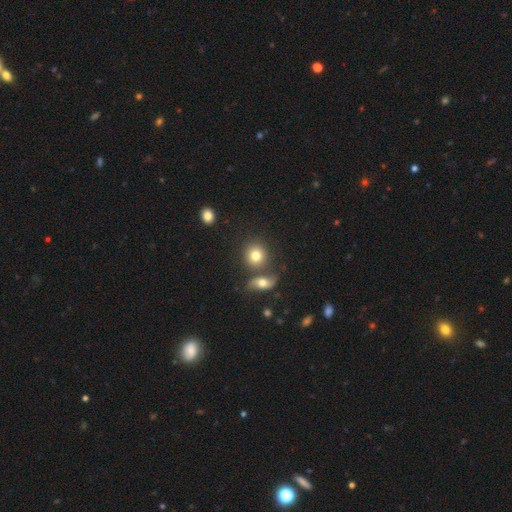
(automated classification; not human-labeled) smooth_or_featured: smooth (p=0.77) [alt: featured or disk p=0.13]
how_rounded: round (p=0.82) [alt: in between p=0.17]
merging: none (p=0.65) [alt: merger p=0.21]